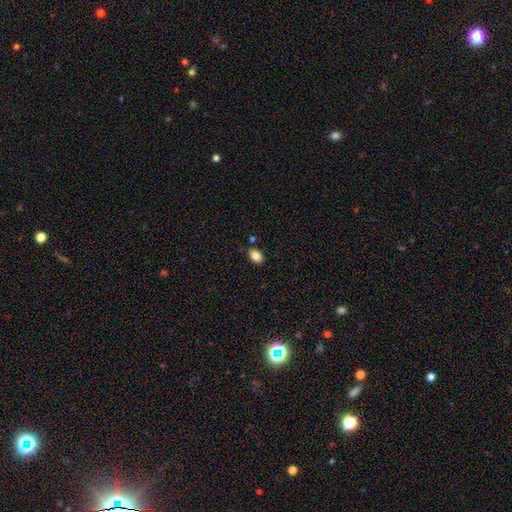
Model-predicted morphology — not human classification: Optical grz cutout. It shows a smooth galaxy with no disk features (85%) that is in between round and cigar-shaped (81%). Merging: none (81%).